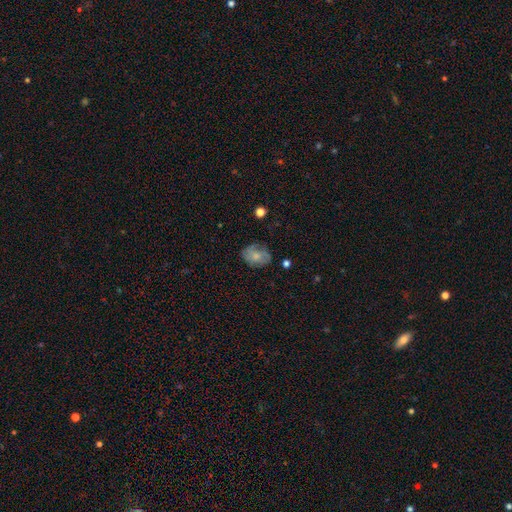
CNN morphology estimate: Smooth or featured: smooth — 57% (featured or disk — 34%)
How rounded: in between — 64% (round — 35%)
Merging: none — 64% (minor disturbance — 25%)